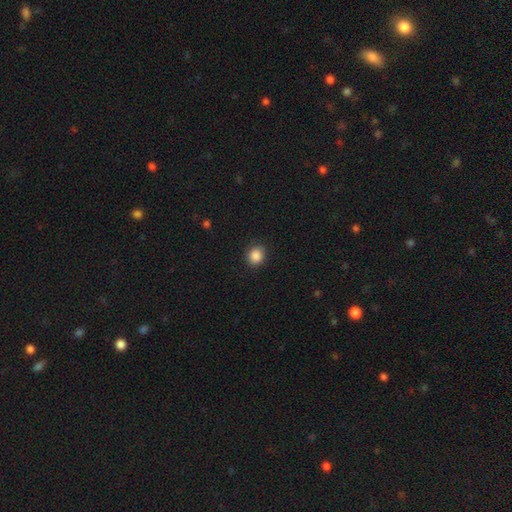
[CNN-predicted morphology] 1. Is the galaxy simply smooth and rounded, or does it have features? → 87% smooth, 9% star or artifact, 3% featured or disk.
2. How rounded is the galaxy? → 81% round, 18% in between, 1% cigar-shaped.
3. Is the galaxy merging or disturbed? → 87% none, 9% minor disturbance, 2% major disturbance, 1% merger.